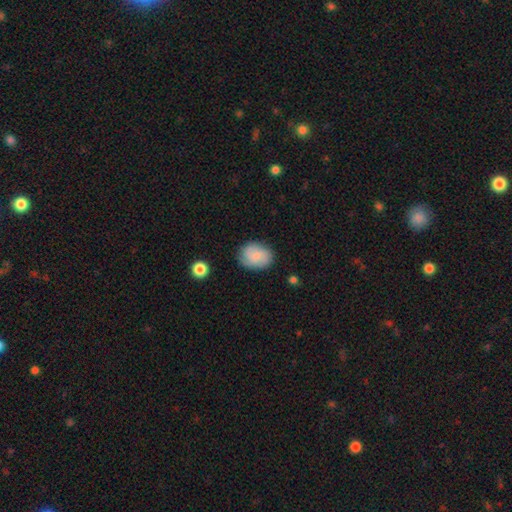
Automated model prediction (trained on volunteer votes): Smooth or featured? smooth (65%)
How rounded? in between (60%)
Merging? none (74%)